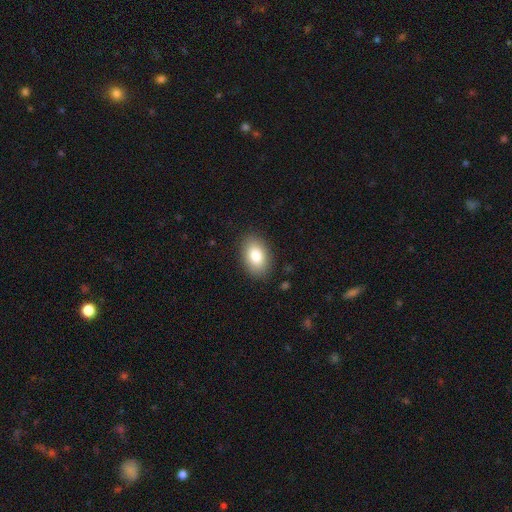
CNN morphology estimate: A smooth galaxy with no disk features (82%) that is in between round and cigar-shaped (89%). Merging: none (87%).